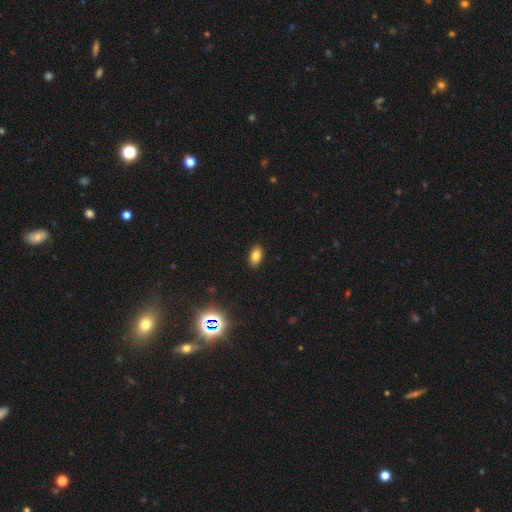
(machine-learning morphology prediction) smooth-or-featured: smooth: 79% | star or artifact: 12% | featured or disk: 9%
  how-rounded: in between: 90% | round: 7% | cigar-shaped: 2%
  merging: none: 90% | minor disturbance: 7% | major disturbance: 2% | merger: 1%